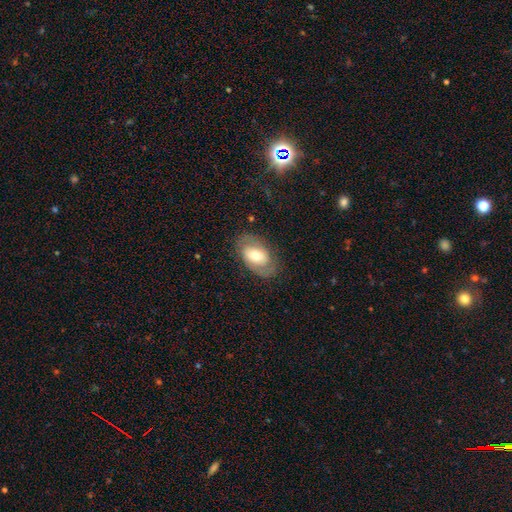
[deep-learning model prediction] smooth-or-featured: featured or disk: 51% | smooth: 42% | star or artifact: 7%
  disk-edge-on: no: 93% | yes: 7%
  merging: none: 76% | minor disturbance: 16% | major disturbance: 8% | merger: 1%